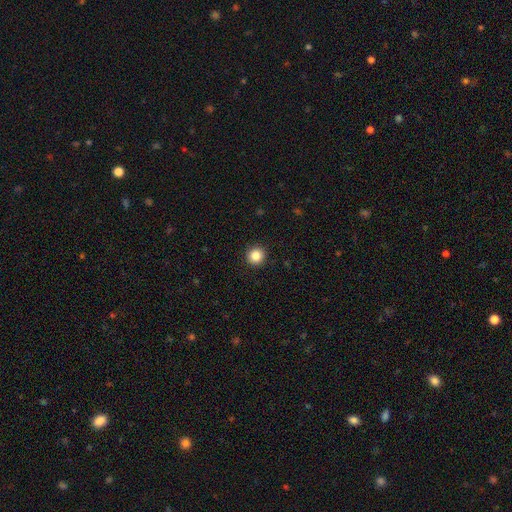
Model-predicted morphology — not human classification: Smooth or featured? Predicted: smooth (p=0.86). How rounded? Predicted: round (p=0.95). Merging? Predicted: none (p=0.93).